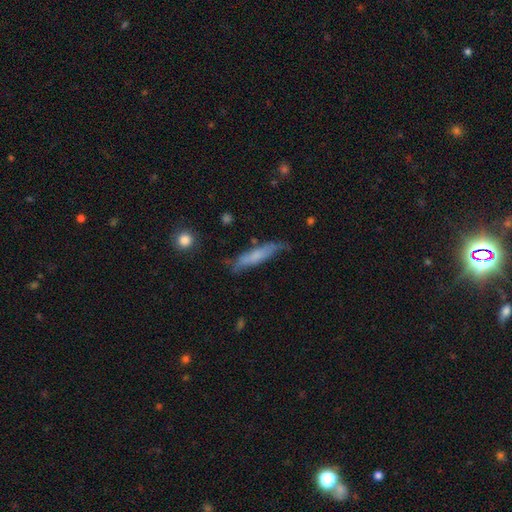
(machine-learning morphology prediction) Smooth or featured? smooth (62%)
How rounded? cigar-shaped (84%)
Merging? none (63%)